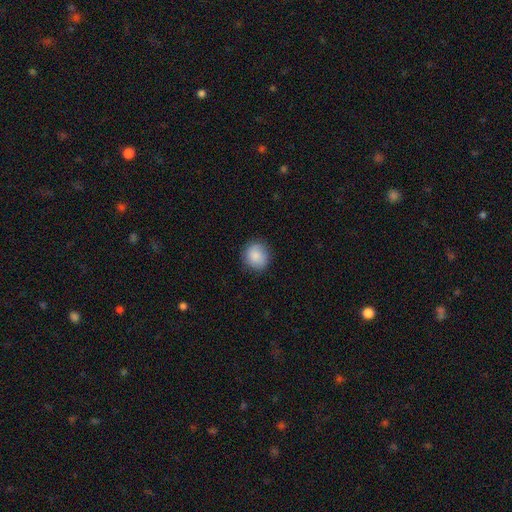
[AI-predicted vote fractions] Smooth or featured? Predicted: smooth (p=0.82). How rounded? Predicted: round (p=0.84). Merging? Predicted: none (p=0.82).